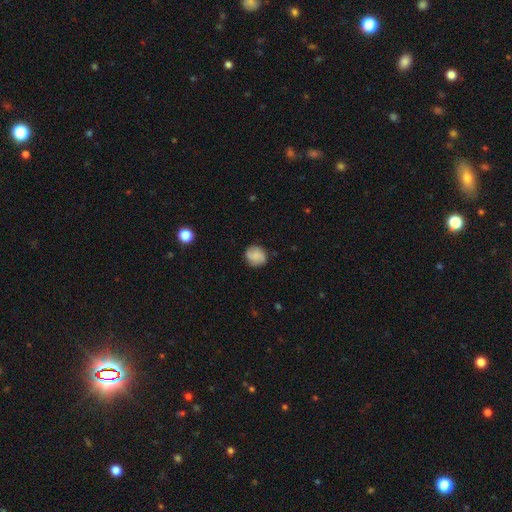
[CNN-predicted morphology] Q: Smooth or featured?
A: smooth (66%); runner-up: featured or disk (25%)
Q: How rounded?
A: round (75%); runner-up: in between (23%)
Q: Merging?
A: none (80%); runner-up: minor disturbance (15%)